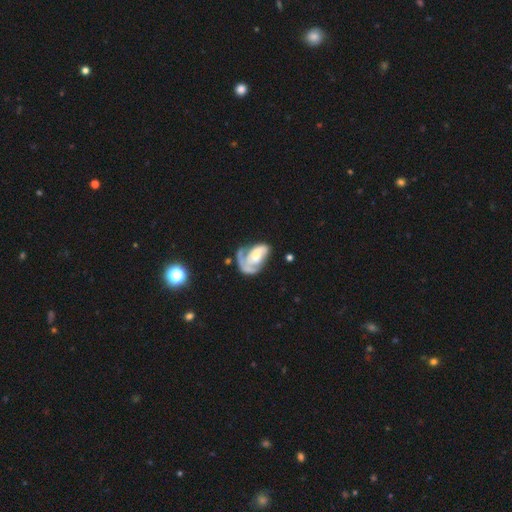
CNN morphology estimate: smooth_or_featured: featured or disk (p=0.71) [alt: smooth p=0.23]
disk_edge_on: no (p=0.97) [alt: yes p=0.03]
bar: no (p=0.58) [alt: weak p=0.31]
has_spiral_arms: yes (p=0.79) [alt: no p=0.21]
spiral_winding: tight (p=0.47) [alt: medium p=0.34]
spiral_arm_count: 1 (p=0.55) [alt: 2 p=0.23]
bulge_size: moderate (p=0.39) [alt: small p=0.26]
merging: major disturbance (p=0.38) [alt: none p=0.31]